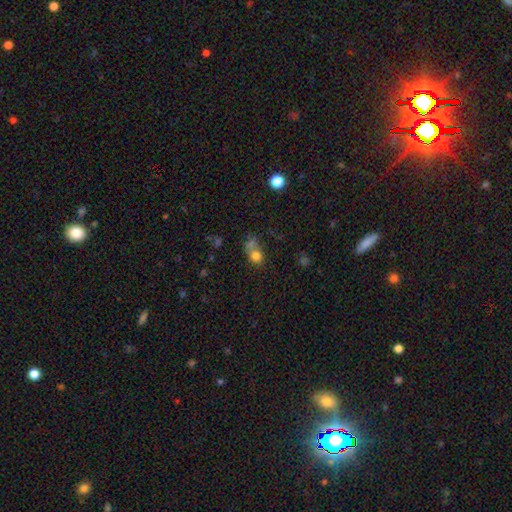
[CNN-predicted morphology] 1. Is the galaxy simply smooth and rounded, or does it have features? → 75% smooth, 13% star or artifact, 12% featured or disk.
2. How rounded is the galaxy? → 62% round, 37% in between, 2% cigar-shaped.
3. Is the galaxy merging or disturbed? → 43% merger, 33% none, 14% minor disturbance, 10% major disturbance.